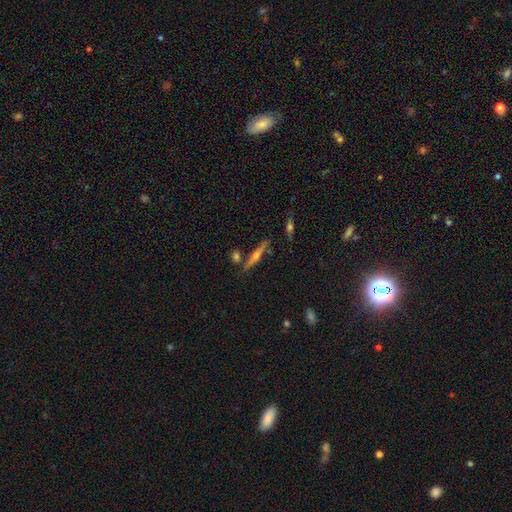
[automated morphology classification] Smooth or featured? Predicted: featured or disk (p=0.69). Edge-on disk? Predicted: yes (p=0.97). Edge-on bulge? Predicted: rounded (p=0.90). Merging? Predicted: none (p=0.81).